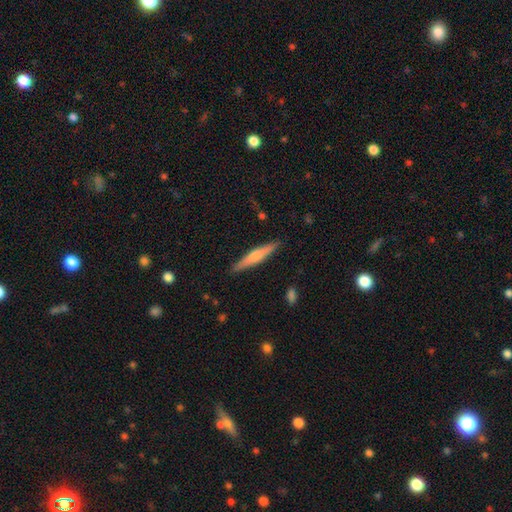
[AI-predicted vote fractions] smooth 54%, featured or disk 40%, star or artifact 6%. Down the decision tree: how rounded — cigar-shaped (91%); merging — none (89%).